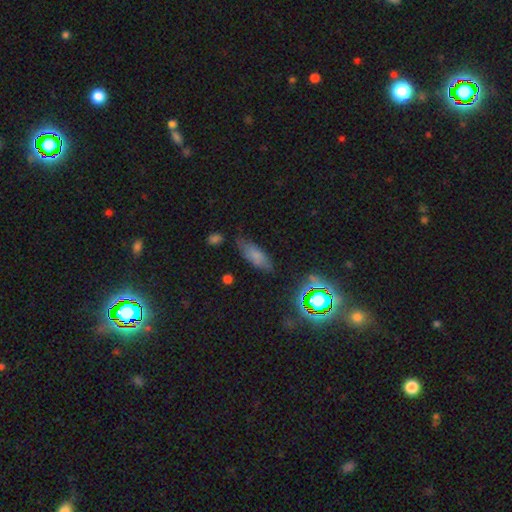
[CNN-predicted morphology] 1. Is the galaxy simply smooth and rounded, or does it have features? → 67% smooth, 17% featured or disk, 16% star or artifact.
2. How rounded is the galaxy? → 69% in between, 27% cigar-shaped, 3% round.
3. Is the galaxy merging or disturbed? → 68% none, 23% minor disturbance, 6% major disturbance, 3% merger.